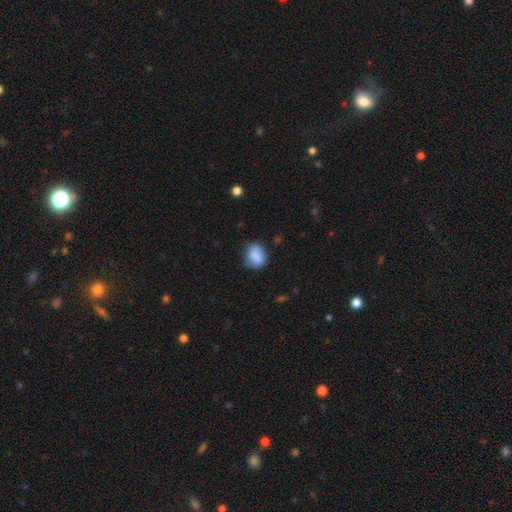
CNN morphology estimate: A smooth galaxy with no disk features (80%) that is round (55%).

Vote fractions:
- Smooth or featured? smooth: 80% / featured or disk: 12% / star or artifact: 8%
- How rounded? round: 55% / in between: 44% / cigar-shaped: 1%
- Merging? none: 63% / minor disturbance: 28% / major disturbance: 7% / merger: 2%